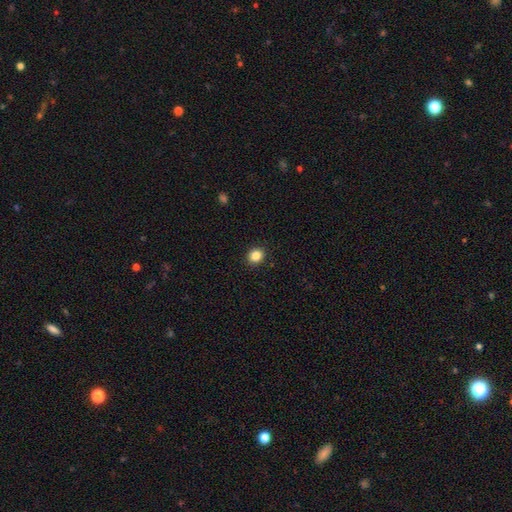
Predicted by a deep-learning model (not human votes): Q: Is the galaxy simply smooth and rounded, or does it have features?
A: smooth — 85%.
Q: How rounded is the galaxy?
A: round — 79%.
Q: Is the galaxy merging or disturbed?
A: none — 92%.